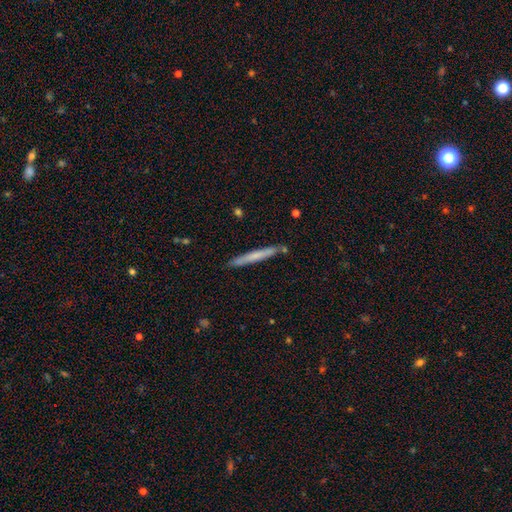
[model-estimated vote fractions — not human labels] A smooth galaxy with no disk features (61%) that is cigar-shaped (97%).

Vote fractions:
- Smooth or featured? smooth: 61% / featured or disk: 33% / star or artifact: 6%
- How rounded? cigar-shaped: 97% / in between: 2% / round: 1%
- Merging? none: 86% / minor disturbance: 10% / merger: 3% / major disturbance: 2%